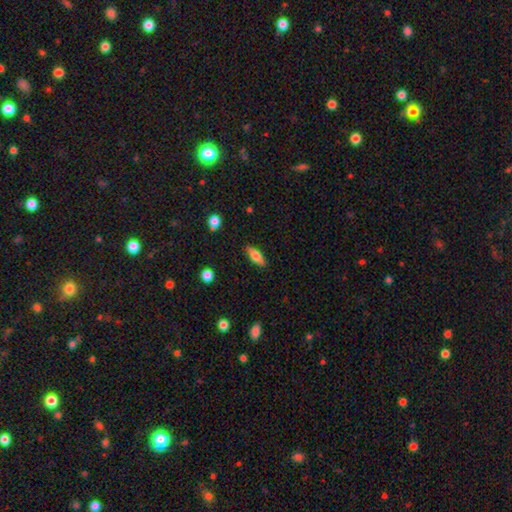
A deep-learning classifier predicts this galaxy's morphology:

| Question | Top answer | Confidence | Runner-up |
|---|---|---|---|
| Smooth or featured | smooth | 65% | featured or disk (28%) |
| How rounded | in between | 64% | cigar-shaped (33%) |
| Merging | none | 86% | minor disturbance (10%) |